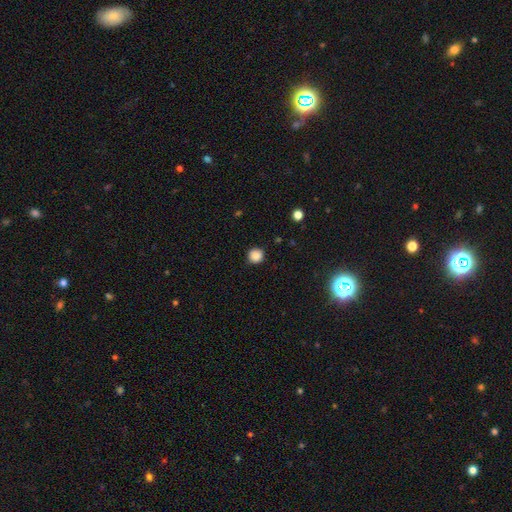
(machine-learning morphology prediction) Overall: smooth (86%). How rounded: round (93%). Merging: none (87%).